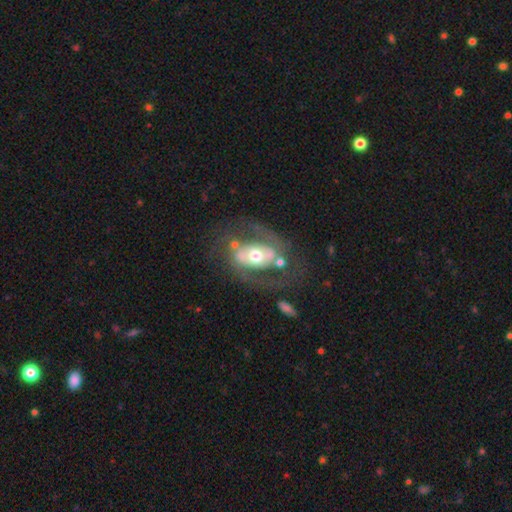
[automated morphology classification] A featured or disk galaxy (76%) with no bar (54%), 2 (80%) medium (45%) spiral arms (73%) and a moderate central bulge (68%). Merging: none (56%).